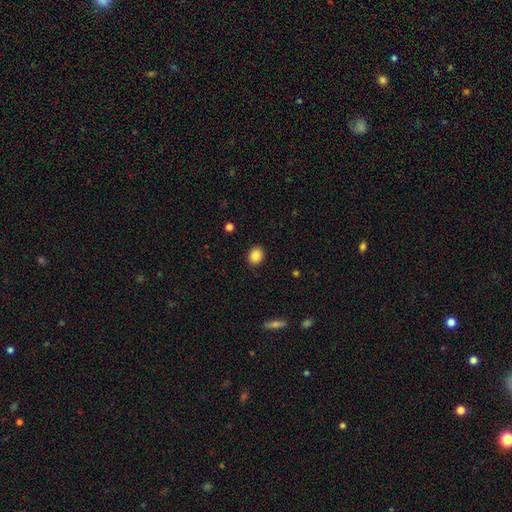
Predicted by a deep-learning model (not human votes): Smooth or featured? Predicted: smooth (p=0.87). How rounded? Predicted: round (p=0.57). Merging? Predicted: none (p=0.90).